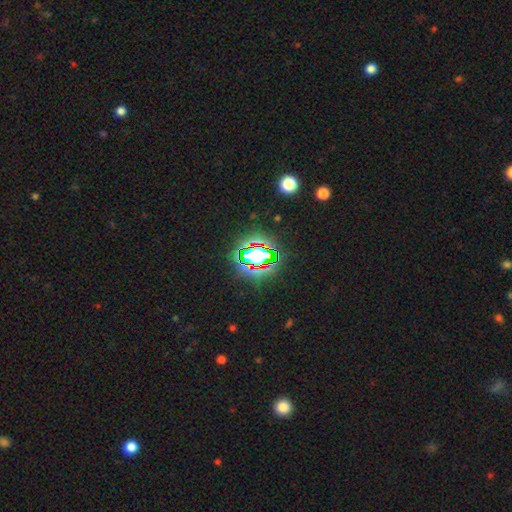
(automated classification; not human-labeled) smooth_or_featured: star or artifact (p=0.69) [alt: smooth p=0.19]